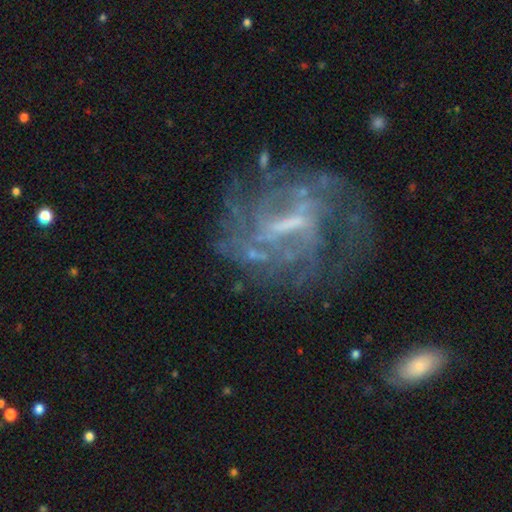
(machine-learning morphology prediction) type=featured or disk (83%); edge-on=no (96%); bar=weak (43%); spiral arms=yes (85%); winding=medium (39%); arm count=can't tell (43%); bulge=small (35%); merging=none (57%).